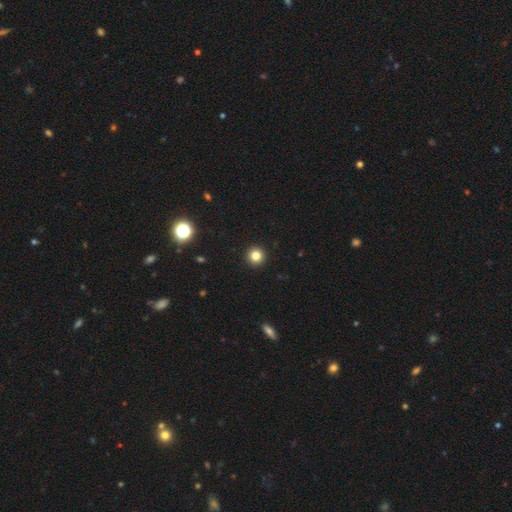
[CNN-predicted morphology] Smooth or featured? Predicted: smooth (p=0.82). How rounded? Predicted: round (p=0.96). Merging? Predicted: none (p=0.94).